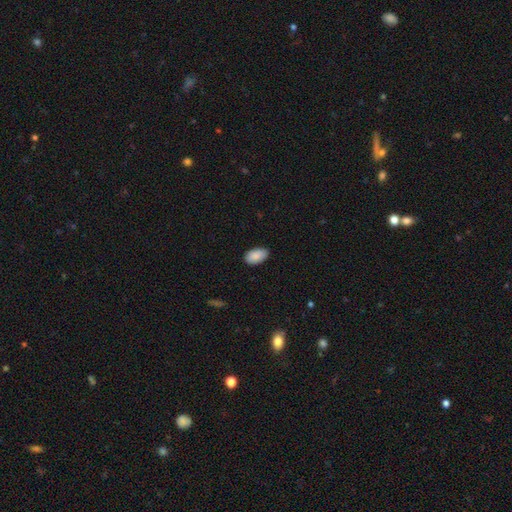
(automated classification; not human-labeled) Q: Smooth or featured?
A: smooth (90%); runner-up: star or artifact (6%)
Q: How rounded?
A: in between (94%); runner-up: round (4%)
Q: Merging?
A: none (85%); runner-up: minor disturbance (12%)